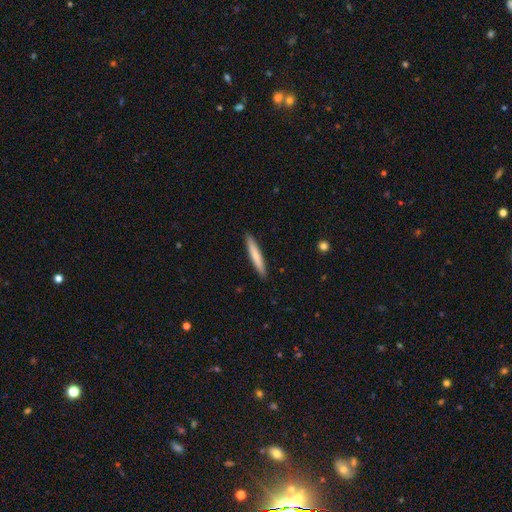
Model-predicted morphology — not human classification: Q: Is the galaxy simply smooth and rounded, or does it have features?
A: smooth — 73%.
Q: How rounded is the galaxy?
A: cigar-shaped — 95%.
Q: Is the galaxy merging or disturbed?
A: none — 92%.